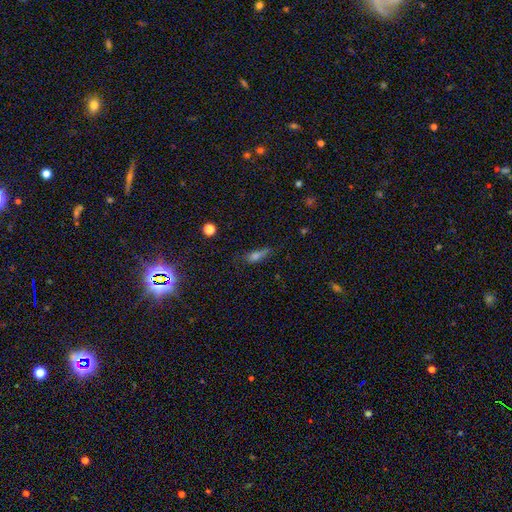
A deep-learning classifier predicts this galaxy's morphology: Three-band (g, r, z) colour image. It shows a smooth galaxy with no disk features (56%) that is in between round and cigar-shaped (48%). Merging: none (55%).